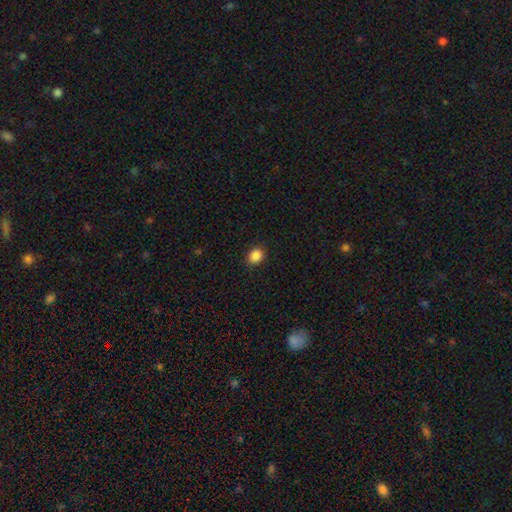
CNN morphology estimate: Overall: smooth (87%). How rounded: round (59%; in between 40%). Merging: none (90%).